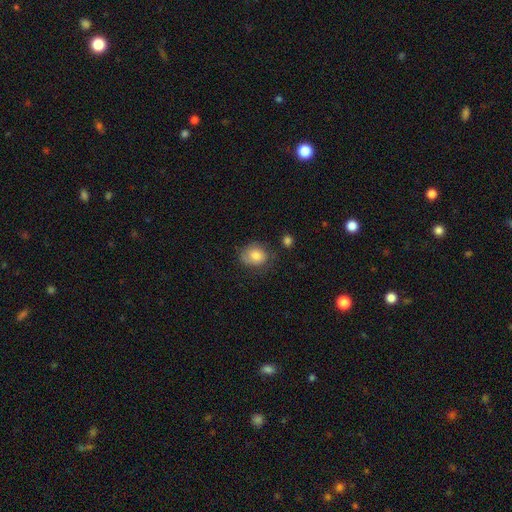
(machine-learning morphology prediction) smooth-or-featured: smooth: 79% | featured or disk: 12% | star or artifact: 8%
  how-rounded: round: 57% | in between: 42% | cigar-shaped: 1%
  merging: none: 64% | minor disturbance: 24% | major disturbance: 8% | merger: 3%